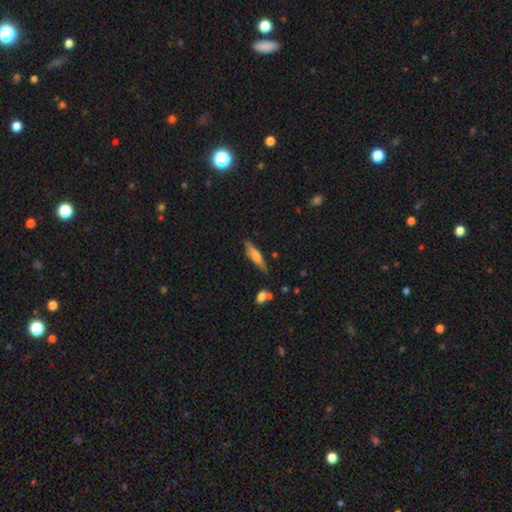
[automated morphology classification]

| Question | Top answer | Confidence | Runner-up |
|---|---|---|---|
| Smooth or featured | smooth | 55% | featured or disk (38%) |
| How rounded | cigar-shaped | 78% | in between (20%) |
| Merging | none | 79% | minor disturbance (15%) |